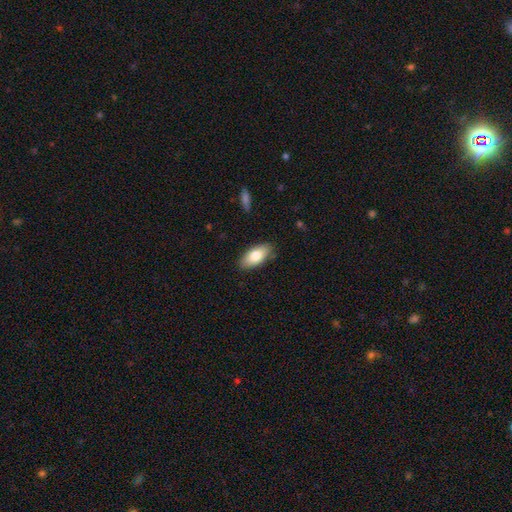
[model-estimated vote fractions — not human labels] A smooth galaxy with no disk features (79%) that is in between round and cigar-shaped (90%).

Vote fractions:
- Smooth or featured? smooth: 79% / featured or disk: 15% / star or artifact: 6%
- How rounded? in between: 90% / cigar-shaped: 7% / round: 2%
- Merging? none: 86% / minor disturbance: 11% / major disturbance: 2% / merger: 1%